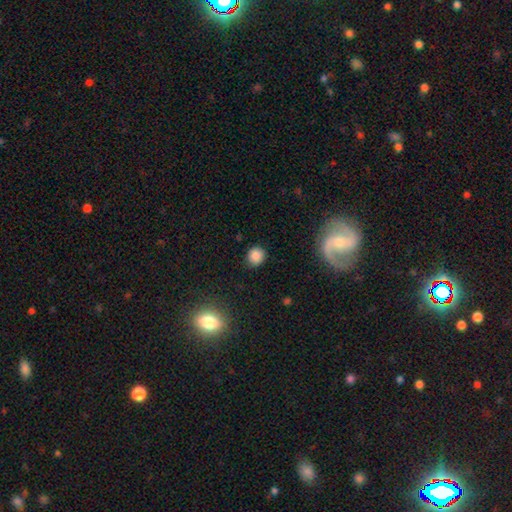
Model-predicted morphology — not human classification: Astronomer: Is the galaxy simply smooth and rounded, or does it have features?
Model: smooth — 84%.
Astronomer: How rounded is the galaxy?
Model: round — 82%.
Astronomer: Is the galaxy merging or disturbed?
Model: none — 85%.